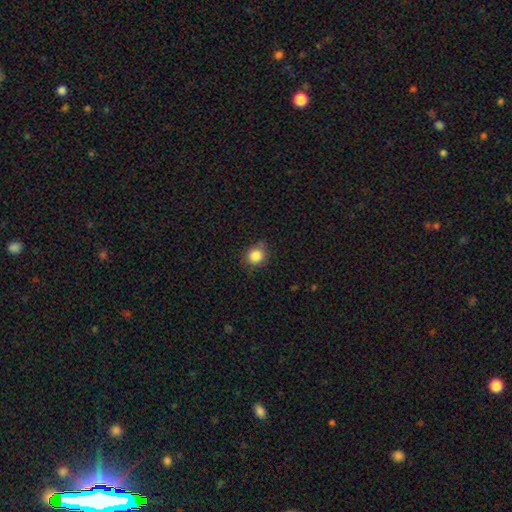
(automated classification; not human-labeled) smooth_or_featured: smooth (p=0.85) [alt: star or artifact p=0.10]
how_rounded: round (p=0.84) [alt: in between p=0.15]
merging: none (p=0.78) [alt: minor disturbance p=0.16]